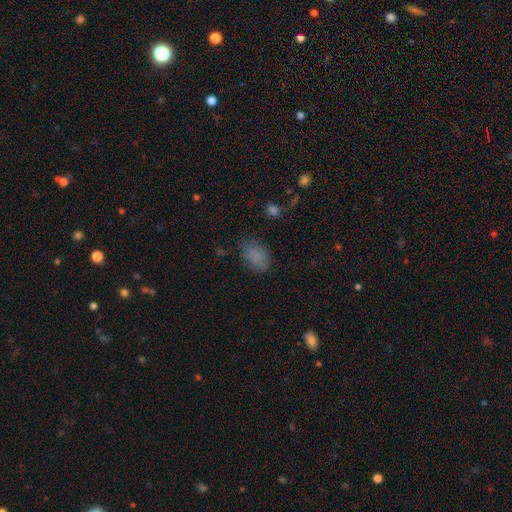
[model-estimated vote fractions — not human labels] Smooth or featured? smooth (79%)
How rounded? in between (82%)
Merging? none (66%)